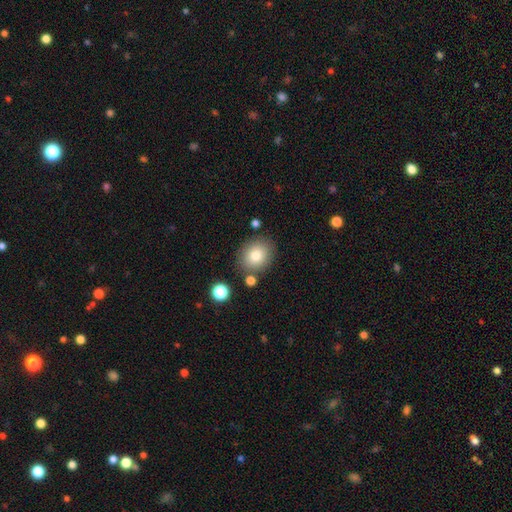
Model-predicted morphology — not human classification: smooth 80%, star or artifact 10%, featured or disk 10%. Down the decision tree: how rounded — round (65%); merging — none (81%).